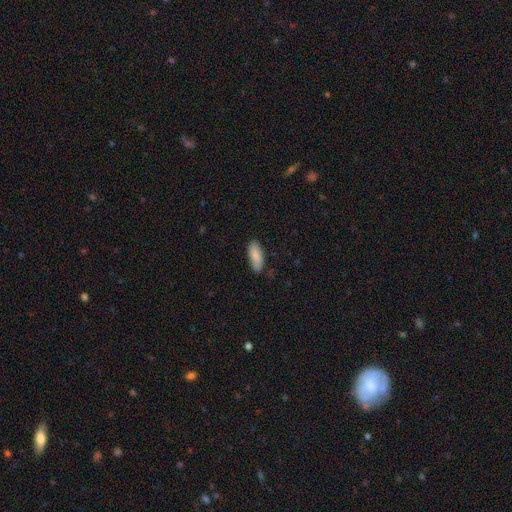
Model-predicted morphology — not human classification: Smooth or featured? smooth (84%)
How rounded? in between (76%)
Merging? none (82%)